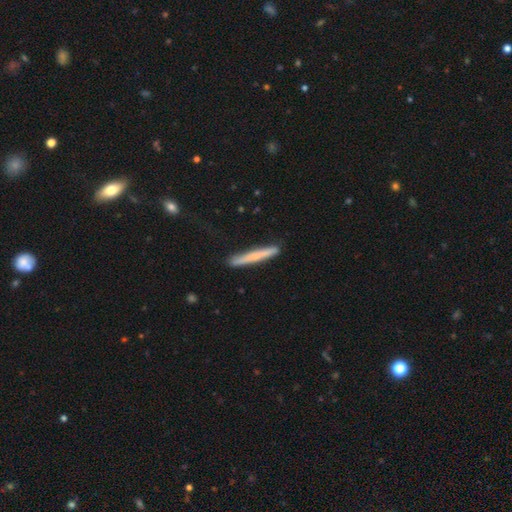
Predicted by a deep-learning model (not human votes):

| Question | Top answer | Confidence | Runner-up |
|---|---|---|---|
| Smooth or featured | smooth | 58% | featured or disk (36%) |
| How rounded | cigar-shaped | 97% | in between (2%) |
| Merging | none | 88% | minor disturbance (9%) |